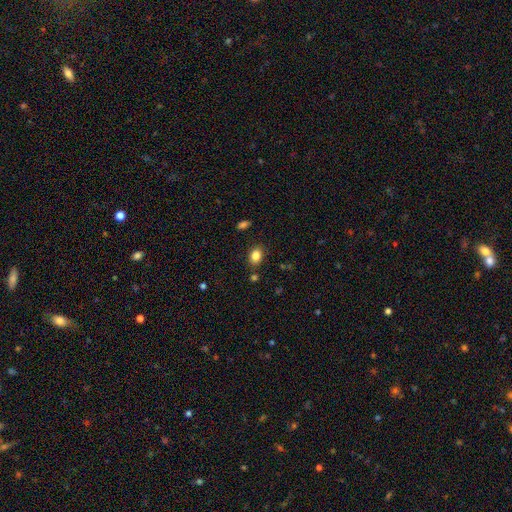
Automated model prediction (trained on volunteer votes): Morphology: type=smooth (84%); roundness=in between (69%); merging=none (84%).